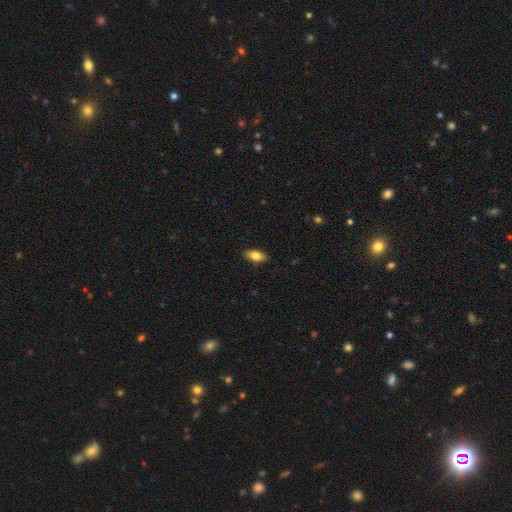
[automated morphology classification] smooth-or-featured: smooth: 77% | featured or disk: 16% | star or artifact: 7%
  how-rounded: in between: 86% | cigar-shaped: 10% | round: 4%
  merging: none: 88% | minor disturbance: 9% | major disturbance: 2% | merger: 1%